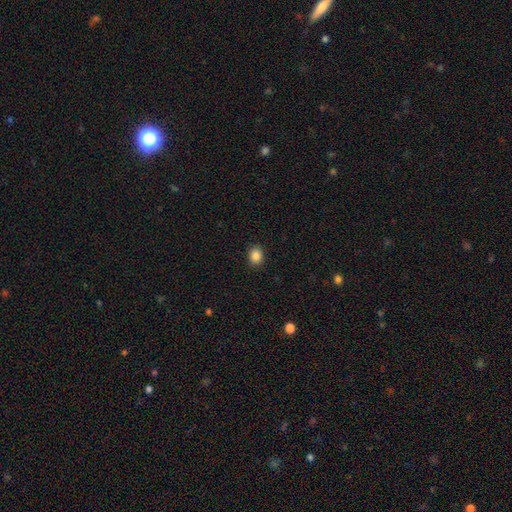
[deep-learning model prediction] Overall: smooth (87%). How rounded: round (57%; in between 42%). Merging: none (90%).